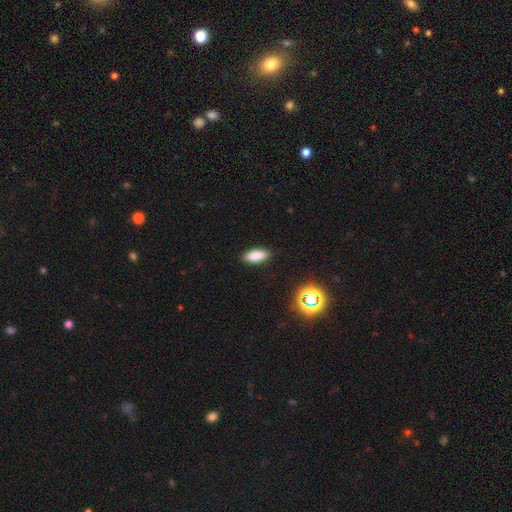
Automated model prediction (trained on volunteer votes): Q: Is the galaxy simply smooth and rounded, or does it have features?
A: smooth — 84%.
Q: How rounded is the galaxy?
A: in between — 78%.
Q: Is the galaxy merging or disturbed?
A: none — 88%.